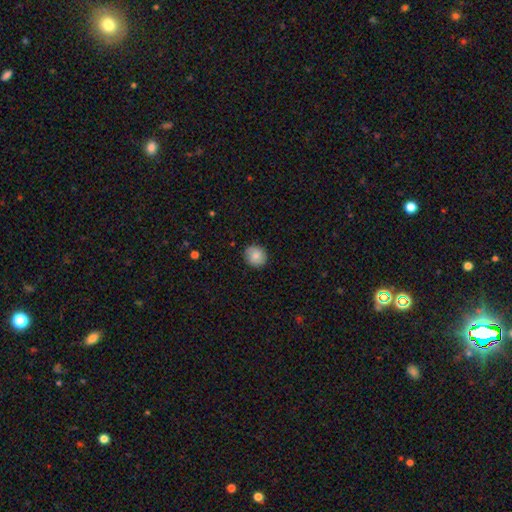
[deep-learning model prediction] Morphology: type=smooth (77%); roundness=round (79%); merging=none (85%).